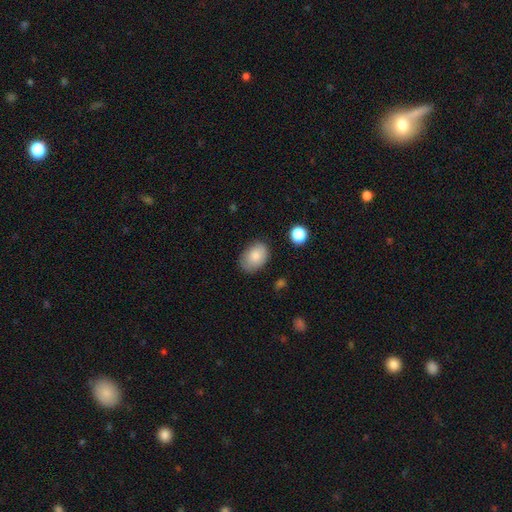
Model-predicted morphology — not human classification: A smooth galaxy with no disk features (83%) that is in between round and cigar-shaped (82%). Merging: none (77%).